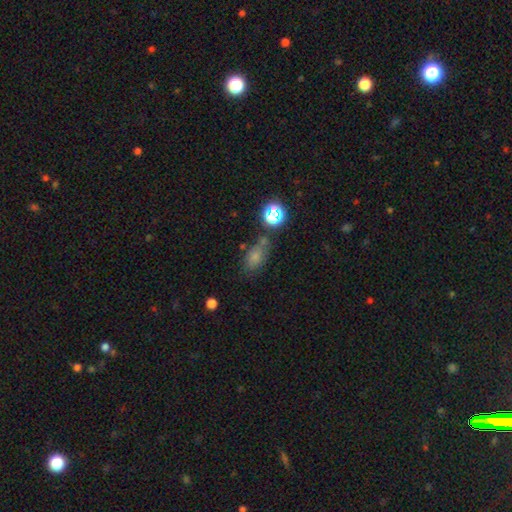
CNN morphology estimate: Smooth or featured? Predicted: smooth (p=0.64). How rounded? Predicted: in between (p=0.77). Merging? Predicted: none (p=0.61).